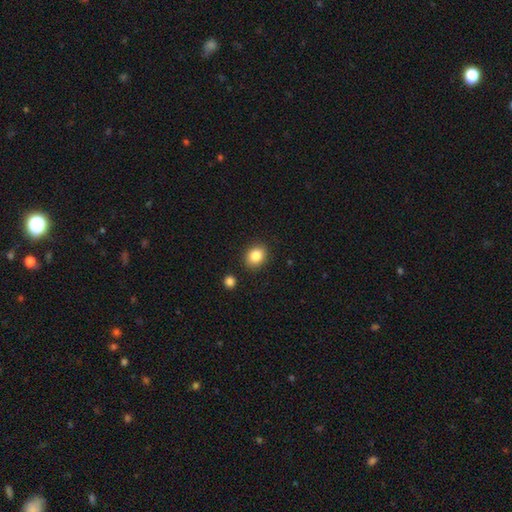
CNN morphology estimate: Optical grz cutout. It shows a smooth galaxy with no disk features (85%) that is round (57%). Merging: none (87%).